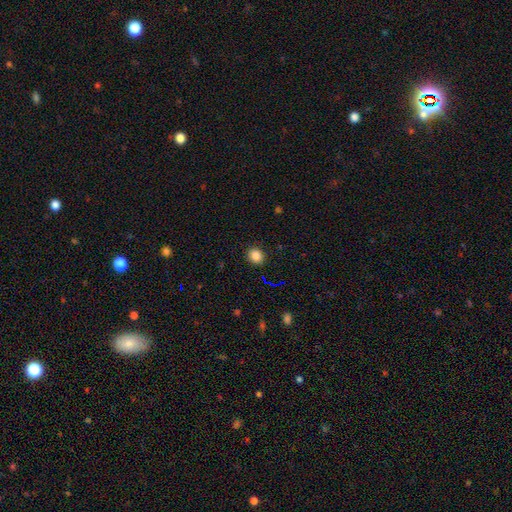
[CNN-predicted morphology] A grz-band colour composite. It shows a smooth galaxy with no disk features (84%) that is round (75%). Merging: none (90%).